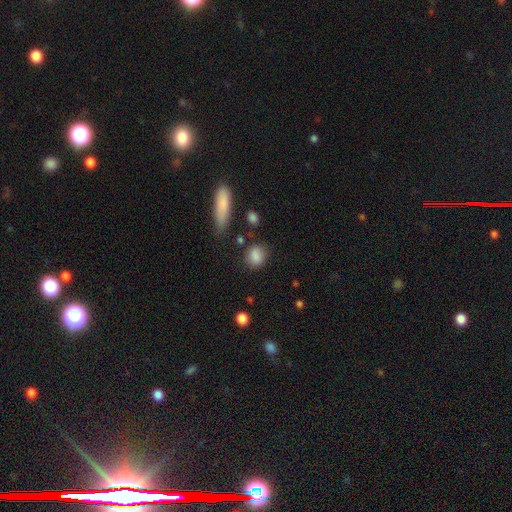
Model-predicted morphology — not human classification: The model was most divided on "how rounded": round: 66%, in between: 32%, cigar-shaped: 3%. More confident: smooth or featured — smooth (86%); merging — none (79%).